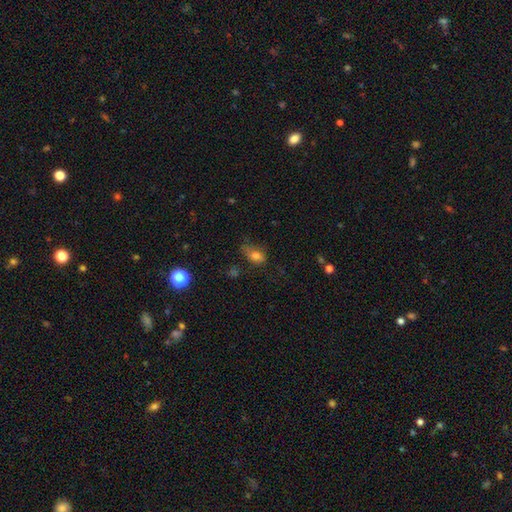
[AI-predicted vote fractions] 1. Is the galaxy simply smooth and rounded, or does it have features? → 75% smooth, 13% star or artifact, 12% featured or disk.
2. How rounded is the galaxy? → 81% in between, 16% round, 4% cigar-shaped.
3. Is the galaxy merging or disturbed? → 42% none, 33% minor disturbance, 22% major disturbance, 3% merger.